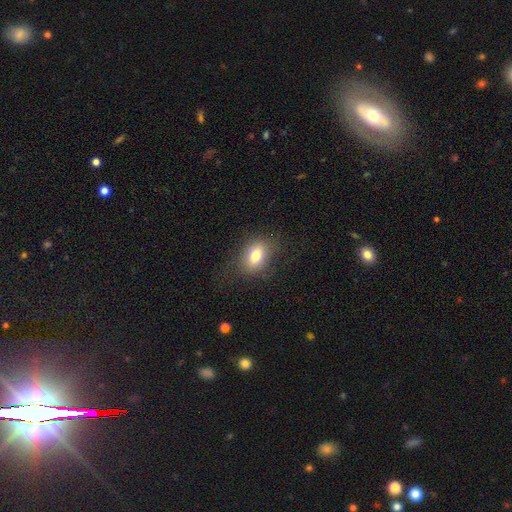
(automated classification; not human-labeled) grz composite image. It shows a smooth galaxy with no disk features (76%) that is in between round and cigar-shaped (71%). Merging: none (77%).